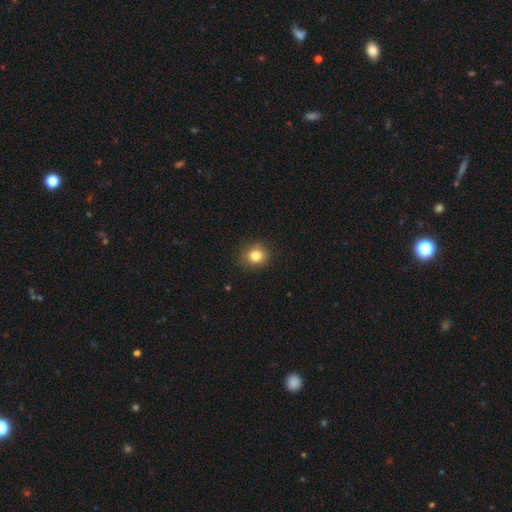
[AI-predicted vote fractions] This is clearly a smooth galaxy (83%). How rounded: clearly round (81%). Merging: clearly none (88%).